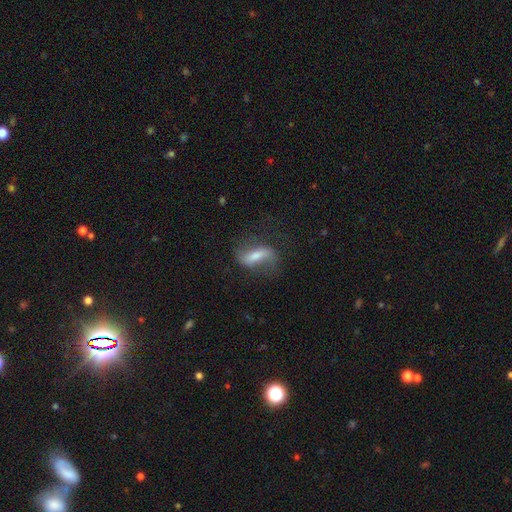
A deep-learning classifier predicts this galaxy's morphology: This is likely a featured or disk galaxy (61%). It is clearly not viewed edge-on (86%). Bar: possibly strong (51%). Spiral arm pattern: clearly yes (85%). Central bulge: marginally moderate (40%). Merging: likely none (62%).